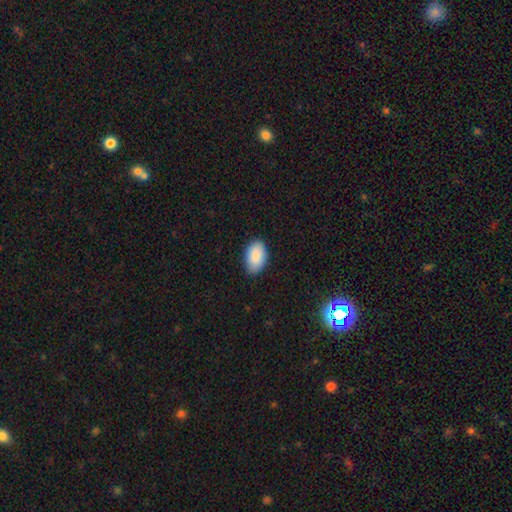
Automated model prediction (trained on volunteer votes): Q: Smooth or featured?
A: smooth (89%); runner-up: star or artifact (6%)
Q: How rounded?
A: in between (92%); runner-up: round (6%)
Q: Merging?
A: none (82%); runner-up: minor disturbance (15%)